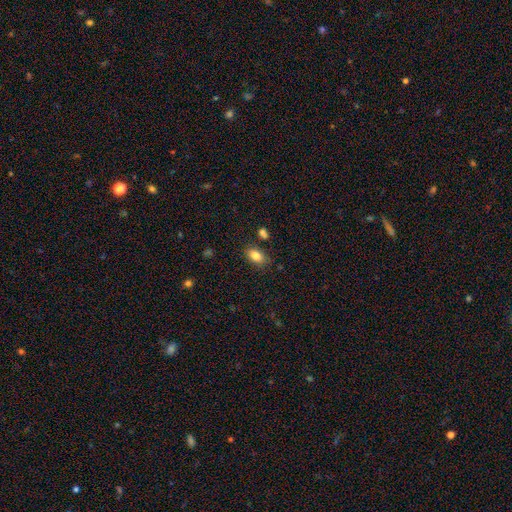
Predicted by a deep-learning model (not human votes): A smooth galaxy with no disk features (83%) that is in between round and cigar-shaped (85%).

Vote fractions:
- Smooth or featured? smooth: 83% / star or artifact: 9% / featured or disk: 7%
- How rounded? in between: 85% / round: 13% / cigar-shaped: 2%
- Merging? none: 80% / minor disturbance: 12% / merger: 4% / major disturbance: 3%